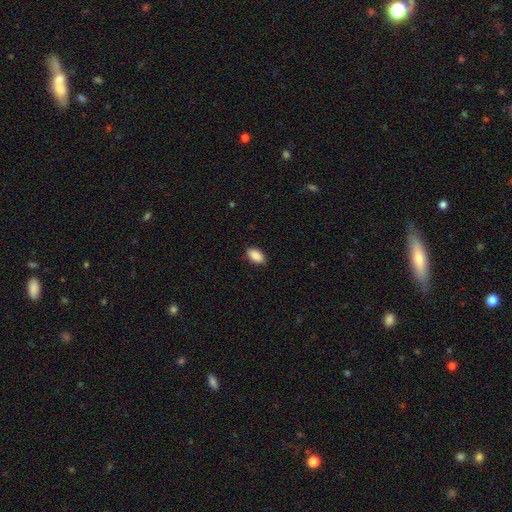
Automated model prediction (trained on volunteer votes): Q: Smooth or featured?
A: smooth (90%); runner-up: star or artifact (7%)
Q: How rounded?
A: in between (93%); runner-up: round (4%)
Q: Merging?
A: none (88%); runner-up: minor disturbance (9%)